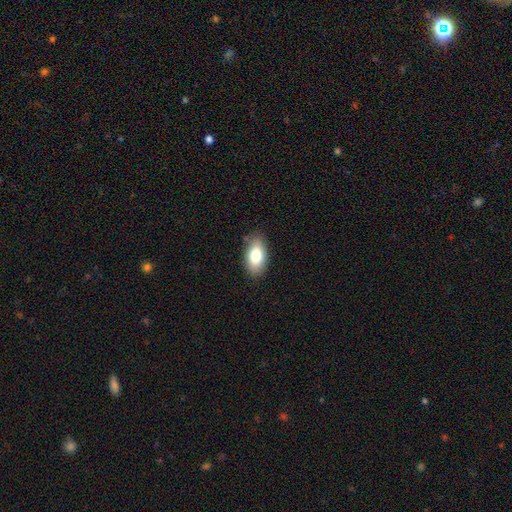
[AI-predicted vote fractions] Smooth or featured? Predicted: smooth (p=0.79). How rounded? Predicted: in between (p=0.92). Merging? Predicted: none (p=0.83).